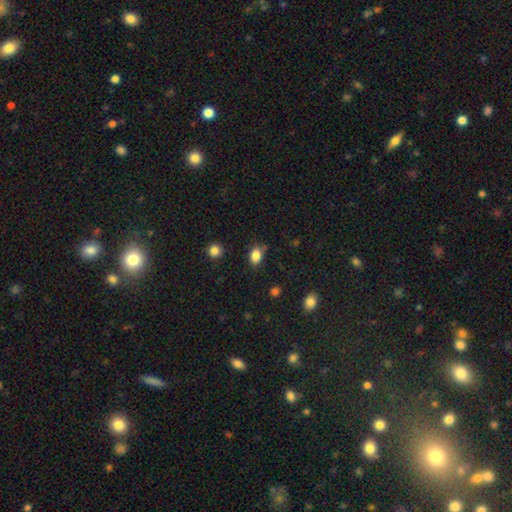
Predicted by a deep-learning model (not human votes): Morphology: type=smooth (85%); roundness=in between (74%); merging=none (72%).